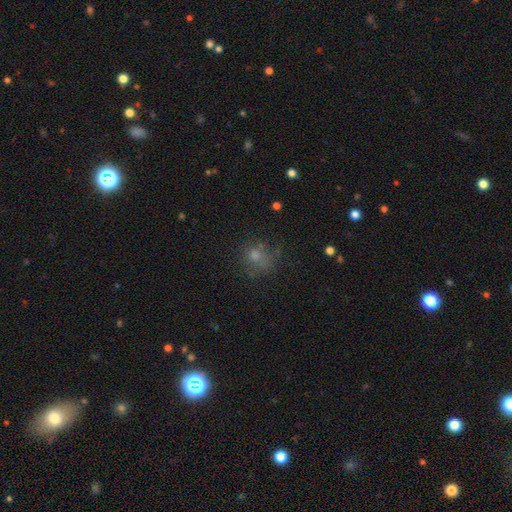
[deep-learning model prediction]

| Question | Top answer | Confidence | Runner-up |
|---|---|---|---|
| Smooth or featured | smooth | 58% | star or artifact (27%) |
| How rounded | round | 77% | in between (22%) |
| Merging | none | 62% | minor disturbance (20%) |